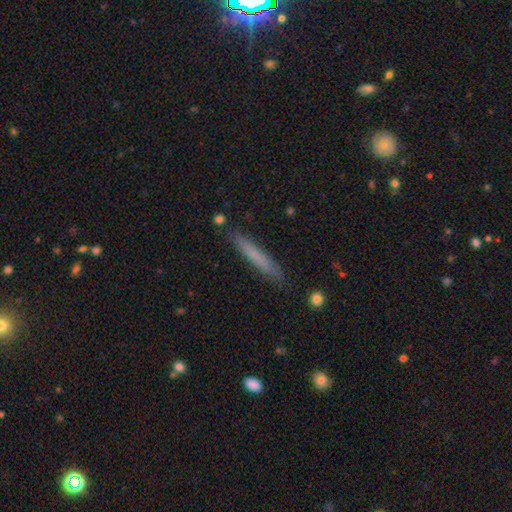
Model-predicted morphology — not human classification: Smooth or featured: smooth — 70% (featured or disk — 23%)
How rounded: cigar-shaped — 95% (in between — 3%)
Merging: none — 87% (minor disturbance — 9%)